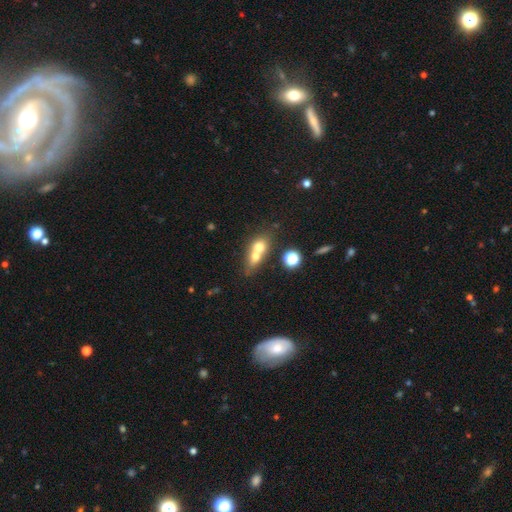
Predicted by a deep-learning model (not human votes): smooth-or-featured: smooth: 64% | featured or disk: 24% | star or artifact: 12%
  how-rounded: in between: 48% | round: 45% | cigar-shaped: 7%
  merging: merger: 68% | none: 23% | minor disturbance: 6% | major disturbance: 4%